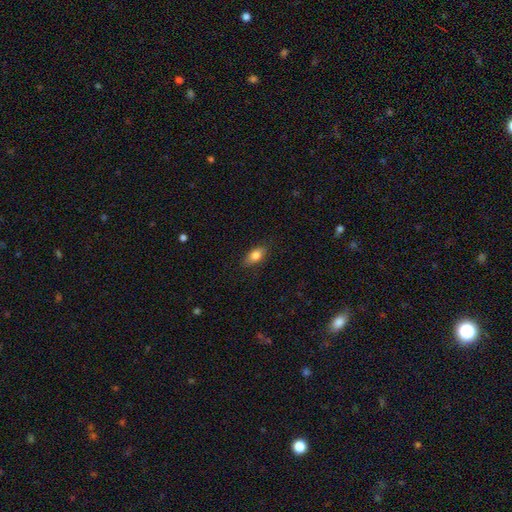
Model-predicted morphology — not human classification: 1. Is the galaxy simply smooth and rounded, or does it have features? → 78% smooth, 15% featured or disk, 8% star or artifact.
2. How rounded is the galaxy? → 84% in between, 10% cigar-shaped, 6% round.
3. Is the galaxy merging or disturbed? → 83% none, 13% minor disturbance, 3% major disturbance, 1% merger.